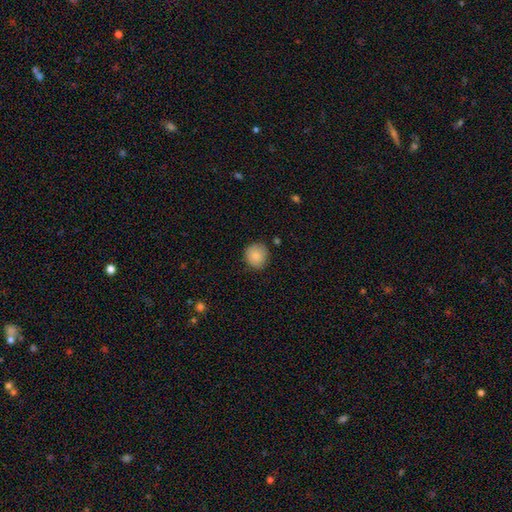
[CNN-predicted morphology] Smooth or featured? Predicted: smooth (p=0.87). How rounded? Predicted: round (p=0.90). Merging? Predicted: none (p=0.86).